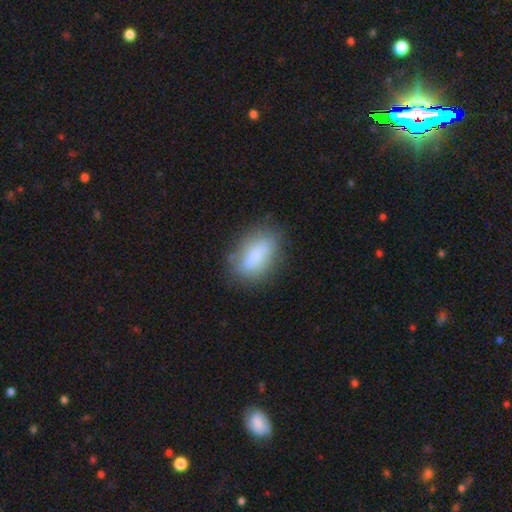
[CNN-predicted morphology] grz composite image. It shows a smooth galaxy with no disk features (76%) that is in between round and cigar-shaped (85%). Merging: none (72%).